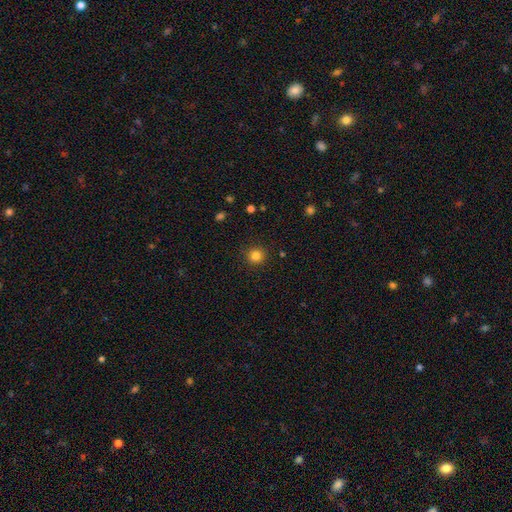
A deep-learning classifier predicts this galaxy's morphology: A smooth galaxy with no disk features (84%) that is round (94%).

Vote fractions:
- Smooth or featured? smooth: 84% / star or artifact: 12% / featured or disk: 4%
- How rounded? round: 94% / in between: 5% / cigar-shaped: 1%
- Merging? none: 91% / minor disturbance: 5% / major disturbance: 2% / merger: 1%